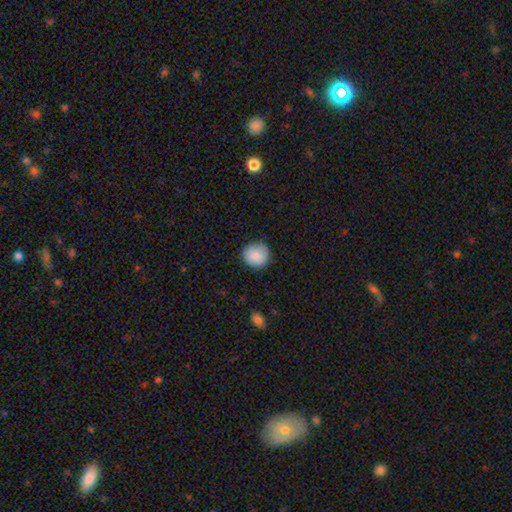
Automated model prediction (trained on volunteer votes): Smooth or featured? Predicted: smooth (p=0.87). How rounded? Predicted: round (p=0.90). Merging? Predicted: none (p=0.84).